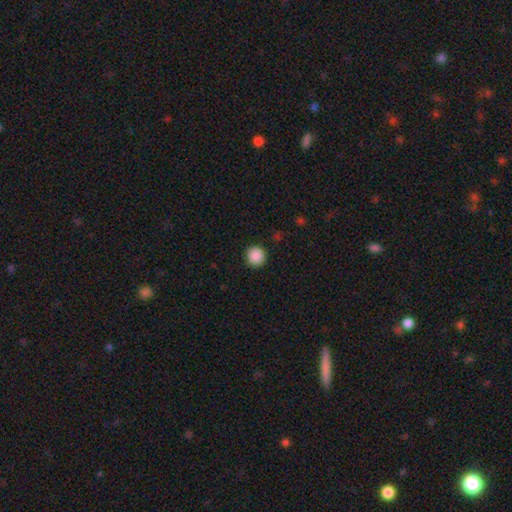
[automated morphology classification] This appears to be a smooth galaxy with no disk features (89%) that is round (95%). Merging: none (92%).